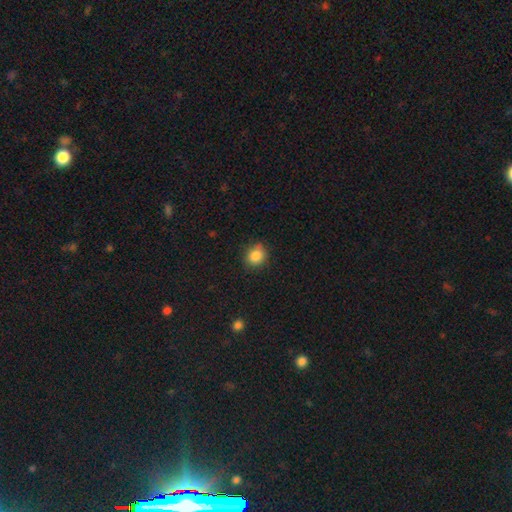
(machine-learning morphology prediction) smooth-or-featured: smooth: 85% | star or artifact: 10% | featured or disk: 5%
  how-rounded: round: 76% | in between: 24% | cigar-shaped: 1%
  merging: none: 81% | minor disturbance: 15% | major disturbance: 3% | merger: 1%